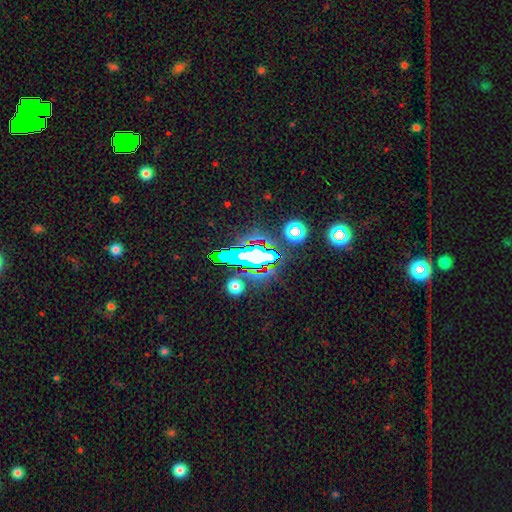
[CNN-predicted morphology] A star or artifact, not a galaxy (78%).

Vote fractions:
- Smooth or featured? star or artifact: 78% / smooth: 12% / featured or disk: 10%